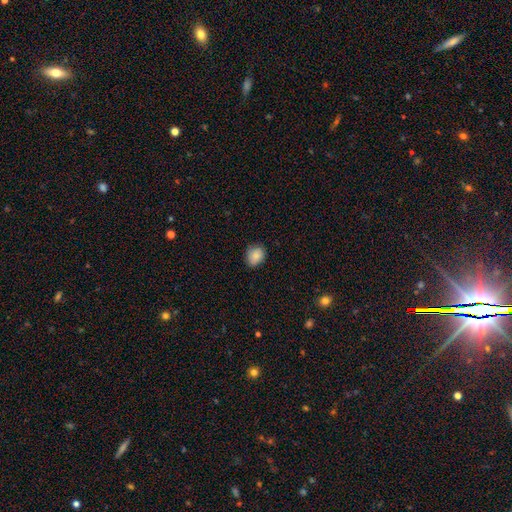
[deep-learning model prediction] A smooth galaxy with no disk features (87%) that is in between round and cigar-shaped (50%).

Vote fractions:
- Smooth or featured? smooth: 87% / star or artifact: 8% / featured or disk: 5%
- How rounded? in between: 50% / round: 49% / cigar-shaped: 1%
- Merging? none: 77% / minor disturbance: 19% / major disturbance: 3% / merger: 1%